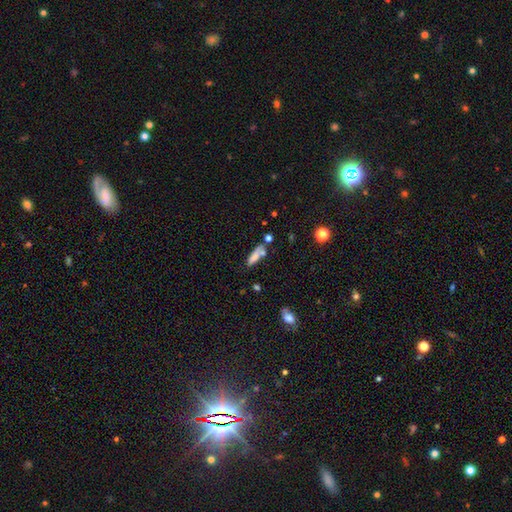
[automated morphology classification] smooth-or-featured: smooth: 71% | featured or disk: 19% | star or artifact: 10%
  how-rounded: cigar-shaped: 53% | in between: 43% | round: 3%
  merging: none: 47% | merger: 23% | minor disturbance: 21% | major disturbance: 9%